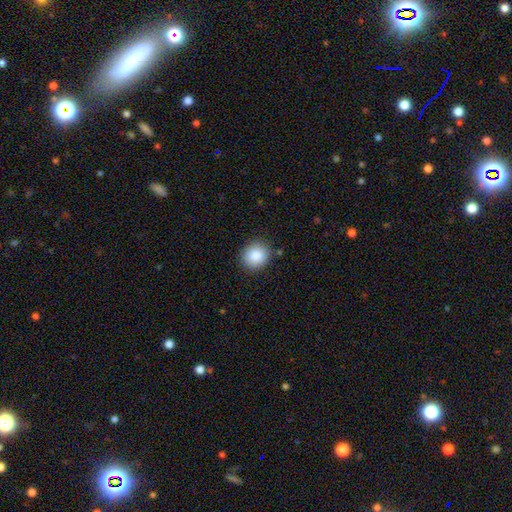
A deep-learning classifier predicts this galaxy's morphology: A smooth galaxy with no disk features (87%) that is round (82%).

Vote fractions:
- Smooth or featured? smooth: 87% / star or artifact: 8% / featured or disk: 5%
- How rounded? round: 82% / in between: 17% / cigar-shaped: 1%
- Merging? none: 88% / minor disturbance: 8% / major disturbance: 2% / merger: 2%